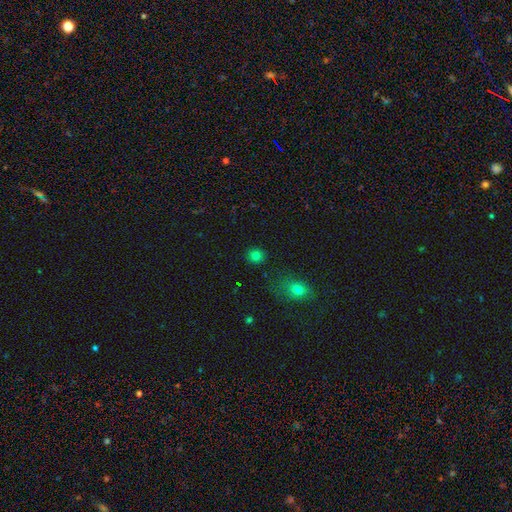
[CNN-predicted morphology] Q: Smooth or featured?
A: smooth (80%); runner-up: star or artifact (14%)
Q: How rounded?
A: round (87%); runner-up: in between (12%)
Q: Merging?
A: none (87%); runner-up: minor disturbance (8%)